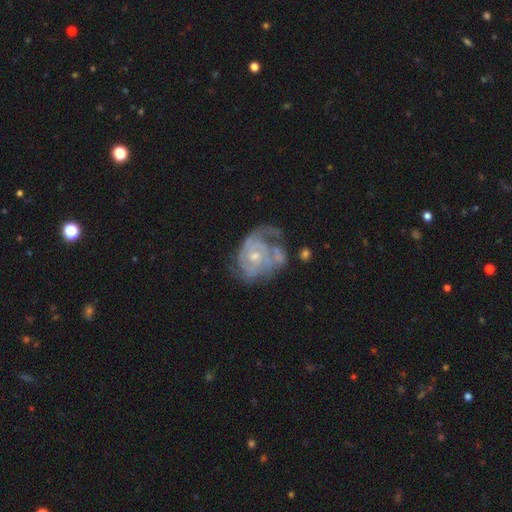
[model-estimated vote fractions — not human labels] Smooth or featured? featured or disk (83%)
Edge-on disk? no (98%)
Bar? no (75%)
Spiral arms? yes (87%)
Spiral winding? tight (53%)
Spiral arm count? can't tell (36%)
Bulge size? small (53%)
Merging? none (37%)